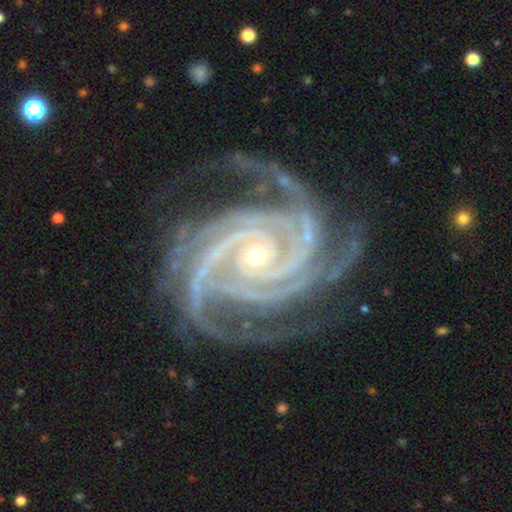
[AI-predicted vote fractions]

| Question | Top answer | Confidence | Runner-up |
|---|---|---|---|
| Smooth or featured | featured or disk | 94% | star or artifact (4%) |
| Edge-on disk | no | 98% | yes (2%) |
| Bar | no | 60% | weak (22%) |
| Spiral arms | yes | 99% | no (1%) |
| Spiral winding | tight | 74% | medium (24%) |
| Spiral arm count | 4 | 35% | 3 (31%) |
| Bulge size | small | 72% | moderate (25%) |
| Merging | none | 74% | minor disturbance (17%) |